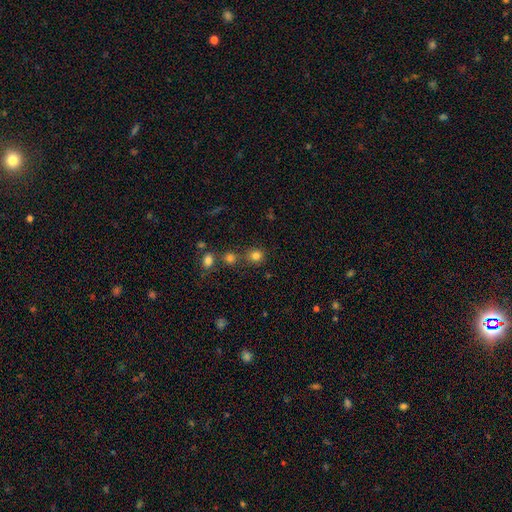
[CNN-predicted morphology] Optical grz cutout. It shows a smooth galaxy with no disk features (80%) that is round (87%). Merging: none (72%).